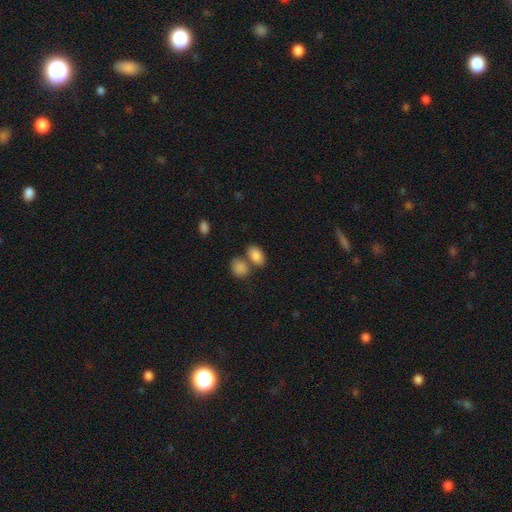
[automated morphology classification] Overall: smooth (86%). How rounded: in between (88%). Merging: none (48%; merger 36%).